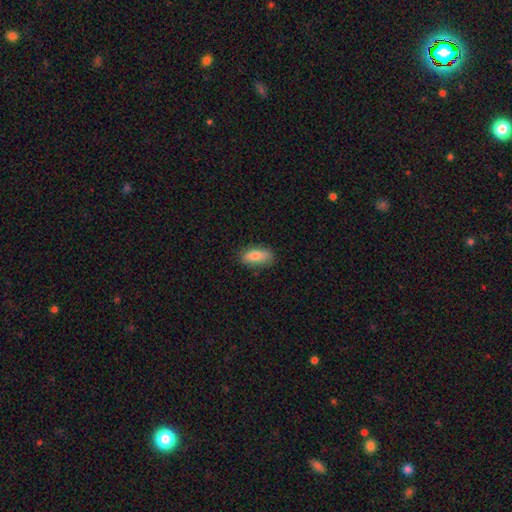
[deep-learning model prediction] The model was most divided on "merging": none: 79%, minor disturbance: 17%, major disturbance: 3%, merger: 1%. More confident: how rounded — in between (80%); smooth or featured — smooth (79%).